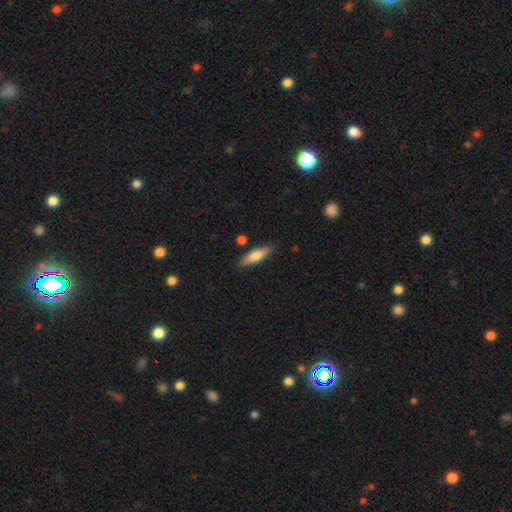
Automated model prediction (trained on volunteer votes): Overall: smooth (69%). How rounded: cigar-shaped (66%; in between 32%). Merging: none (85%).